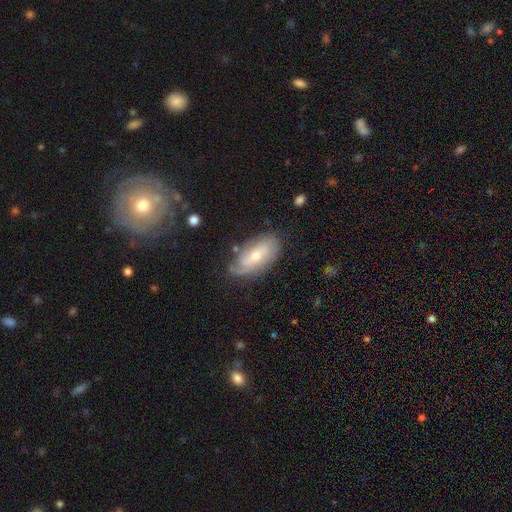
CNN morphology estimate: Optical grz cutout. It shows a featured or disk galaxy (53%). Merging: none (66%).